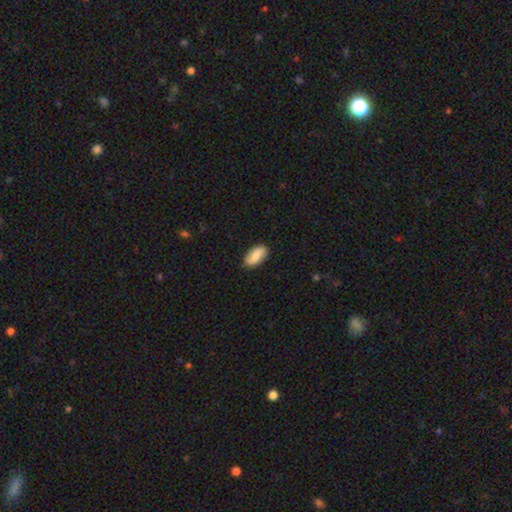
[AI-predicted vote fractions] A smooth galaxy with no disk features (83%) that is in between round and cigar-shaped (92%).

Vote fractions:
- Smooth or featured? smooth: 83% / featured or disk: 11% / star or artifact: 6%
- How rounded? in between: 92% / cigar-shaped: 6% / round: 3%
- Merging? none: 86% / minor disturbance: 11% / major disturbance: 2% / merger: 1%